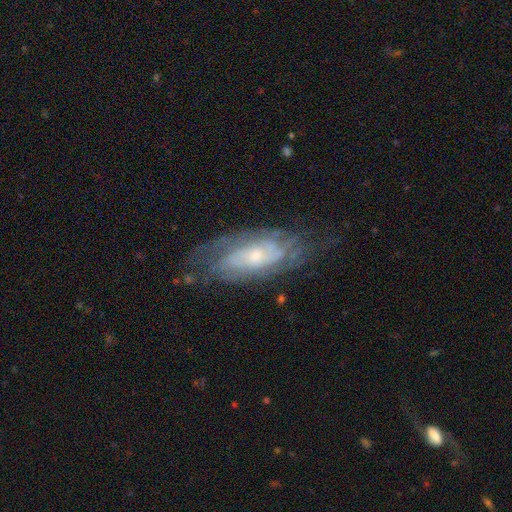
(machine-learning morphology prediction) smooth-or-featured: featured or disk: 75% | smooth: 18% | star or artifact: 7%
  disk-edge-on: no: 88% | yes: 12%
    bar: no: 71% | weak: 24% | strong: 5%
    has-spiral-arms: yes: 85% | no: 15%
      spiral-winding: tight: 61% | medium: 30% | loose: 10%
      spiral-arm-count: can't tell: 56% | 2: 21% | 3: 9% | 4: 6% | more than 4: 4% | 1: 4%
    bulge-size: small: 58% | moderate: 34% | none: 3% | large: 3% | dominant: 1%
  merging: none: 67% | minor disturbance: 21% | major disturbance: 10% | merger: 2%